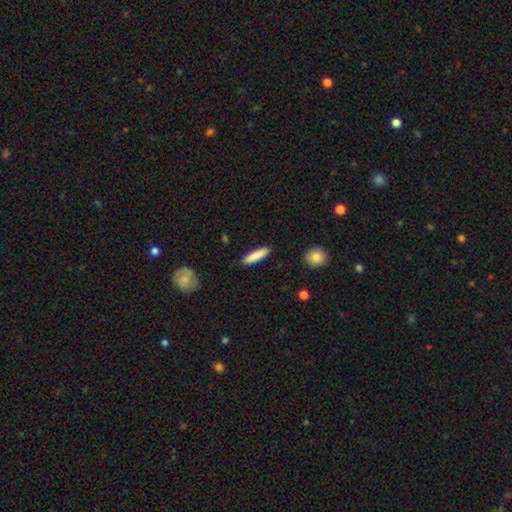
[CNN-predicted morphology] A smooth galaxy with no disk features (86%) that is cigar-shaped (81%). Merging: none (89%).